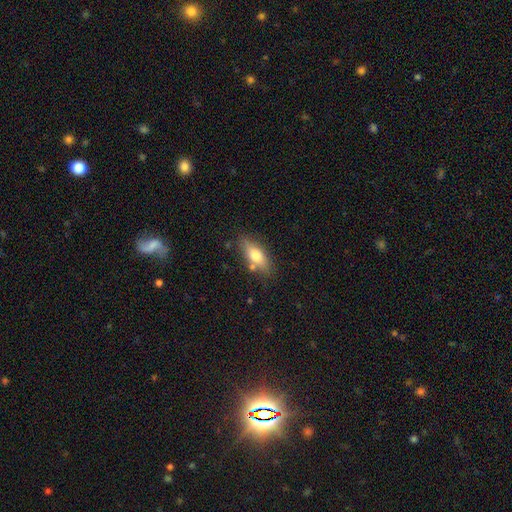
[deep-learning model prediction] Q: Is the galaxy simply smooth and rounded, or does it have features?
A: smooth — 71%.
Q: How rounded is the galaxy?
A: in between — 73%.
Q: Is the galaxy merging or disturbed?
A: none — 75%.